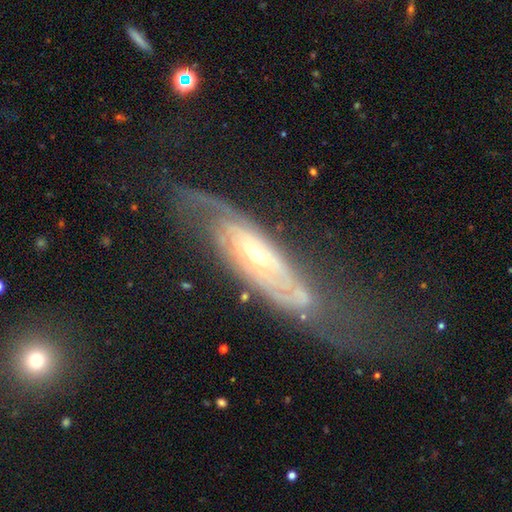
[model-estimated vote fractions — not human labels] Morphology: type=featured or disk (82%); edge-on=no (81%); bar=no (66%); spiral arms=yes (88%); winding=tight (53%); arm count=2 (49%); bulge=small (65%); merging=none (53%).